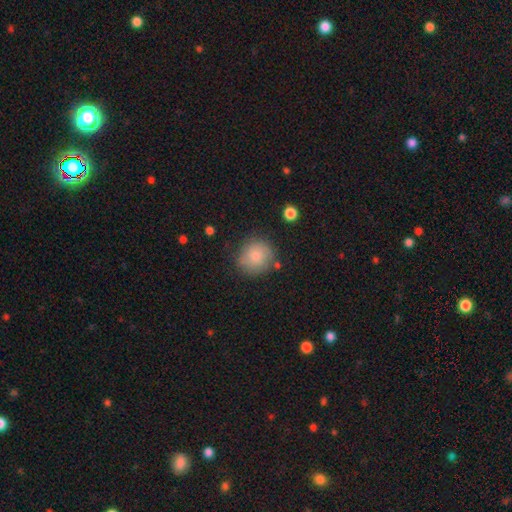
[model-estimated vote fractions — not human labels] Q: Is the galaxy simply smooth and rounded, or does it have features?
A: smooth — 81%.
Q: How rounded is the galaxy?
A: round — 88%.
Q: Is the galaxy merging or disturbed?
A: none — 74%.